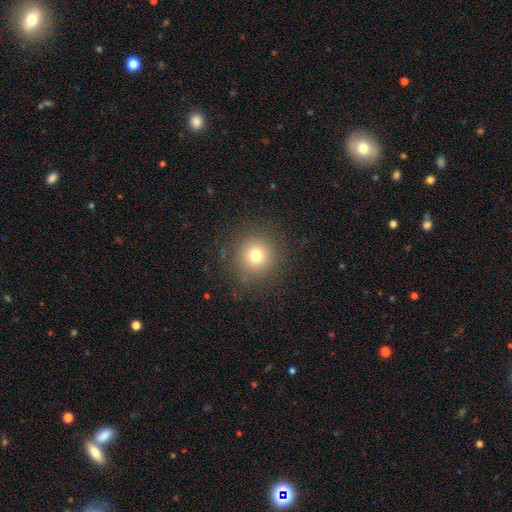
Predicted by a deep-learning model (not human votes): Smooth or featured? smooth (74%)
How rounded? round (94%)
Merging? none (88%)